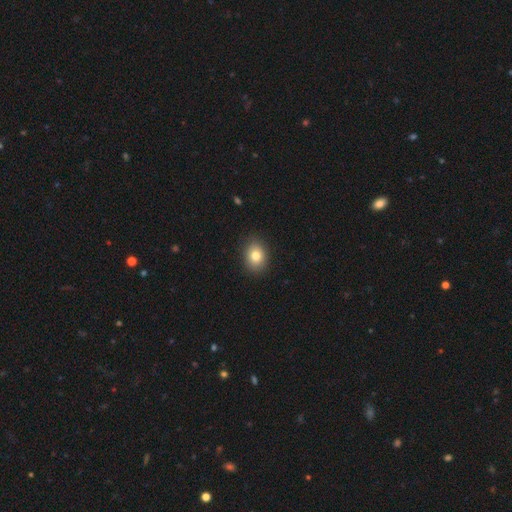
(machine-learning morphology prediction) Overall: smooth (81%). How rounded: in between (55%; round 44%). Merging: none (88%).